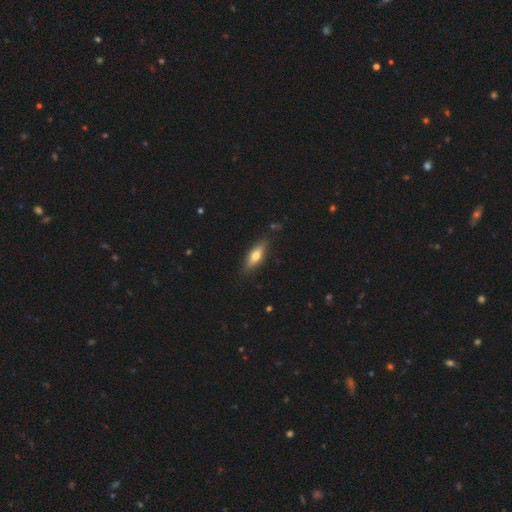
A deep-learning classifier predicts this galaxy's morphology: A smooth galaxy with no disk features (61%) that is in between round and cigar-shaped (51%). Merging: none (85%).